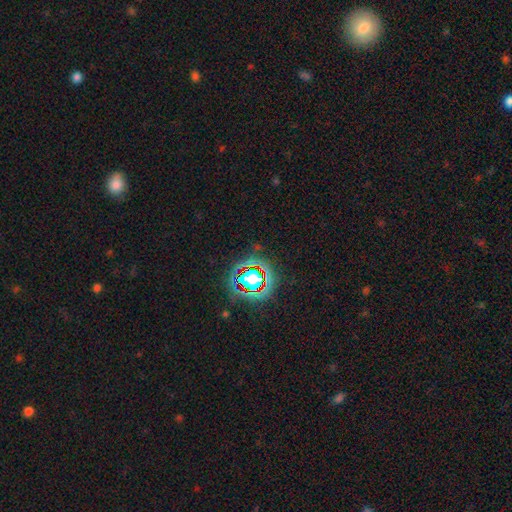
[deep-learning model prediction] smooth_or_featured: star or artifact (p=0.80) [alt: smooth p=0.11]